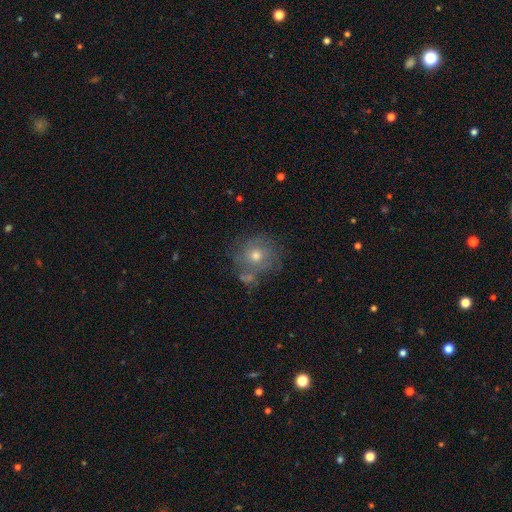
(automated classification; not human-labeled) Morphology: type=smooth (46%); merging=none (65%).